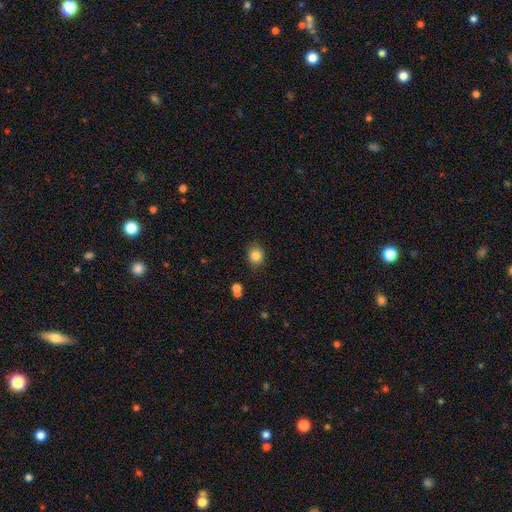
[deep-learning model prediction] Morphology: type=smooth (84%); roundness=round (76%); merging=none (87%).